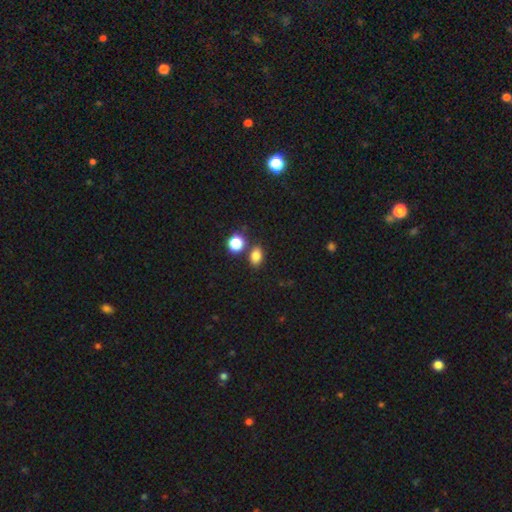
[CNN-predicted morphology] type=smooth (81%); roundness=in between (72%); merging=none (72%).